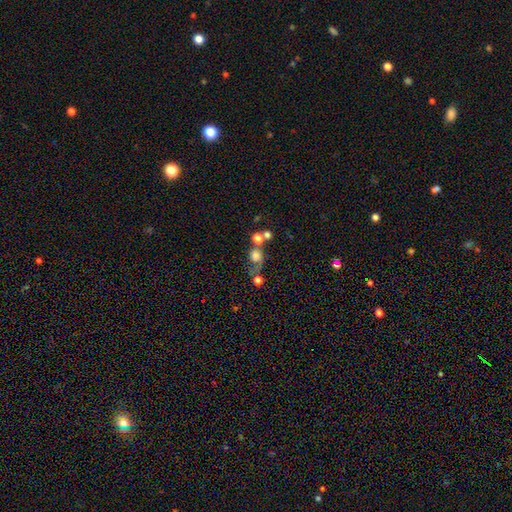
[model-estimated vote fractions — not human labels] The model was most divided on "merging": merger: 35%, none: 34%, major disturbance: 18%, minor disturbance: 13%. More confident: how rounded — round (77%); smooth or featured — smooth (67%).